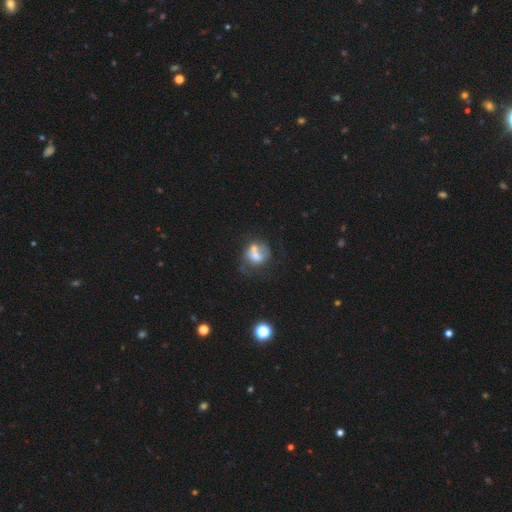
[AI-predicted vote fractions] A smooth galaxy with no disk features (48%). Merging: merger (35%).